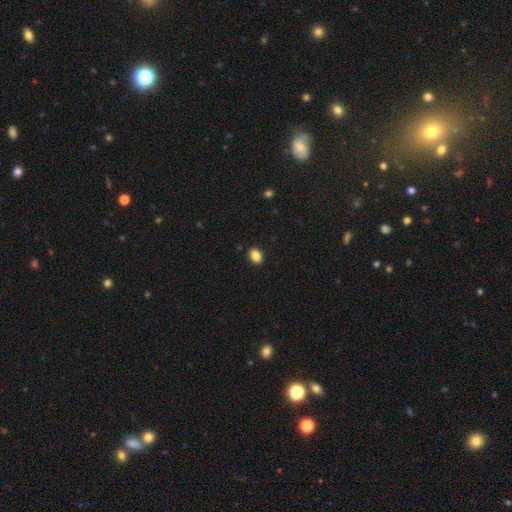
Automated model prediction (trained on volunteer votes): A smooth galaxy with no disk features (87%) that is in between round and cigar-shaped (68%).

Vote fractions:
- Smooth or featured? smooth: 87% / star or artifact: 9% / featured or disk: 4%
- How rounded? in between: 68% / round: 31% / cigar-shaped: 1%
- Merging? none: 91% / minor disturbance: 7% / major disturbance: 2% / merger: 1%